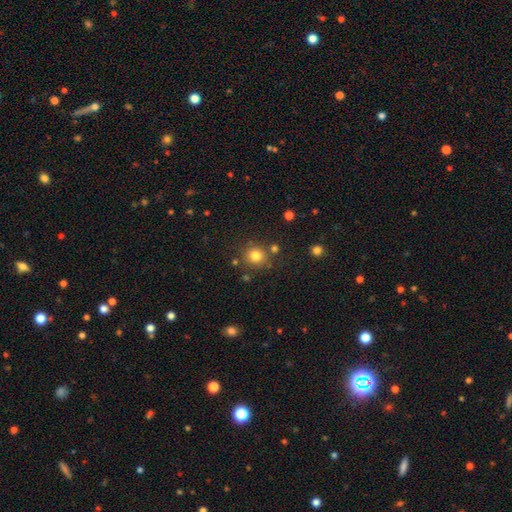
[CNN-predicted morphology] Smooth or featured?
  - smooth: 80% *
  - star or artifact: 13%
  - featured or disk: 7%
How rounded?
  - round: 89% *
  - in between: 10%
  - cigar-shaped: 1%
Merging?
  - none: 79% *
  - minor disturbance: 9%
  - merger: 8%
  - major disturbance: 4%